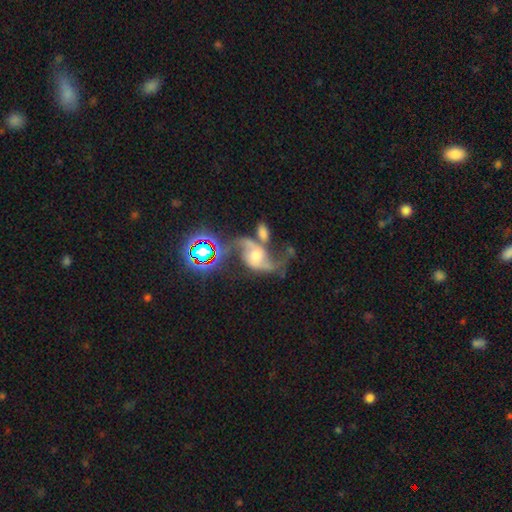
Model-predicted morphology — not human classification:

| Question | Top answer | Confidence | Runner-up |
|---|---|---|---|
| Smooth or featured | featured or disk | 81% | star or artifact (11%) |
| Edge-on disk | no | 96% | yes (4%) |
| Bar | no | 57% | weak (31%) |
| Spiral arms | yes | 94% | no (6%) |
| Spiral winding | loose | 73% | medium (22%) |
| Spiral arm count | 2 | 91% | 1 (3%) |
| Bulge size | moderate | 52% | small (29%) |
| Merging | none | 37% | merger (32%) |